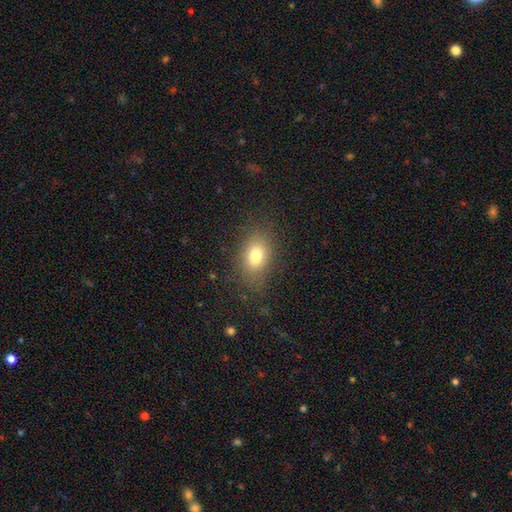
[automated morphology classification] Smooth or featured? smooth (76%)
How rounded? in between (73%)
Merging? none (79%)